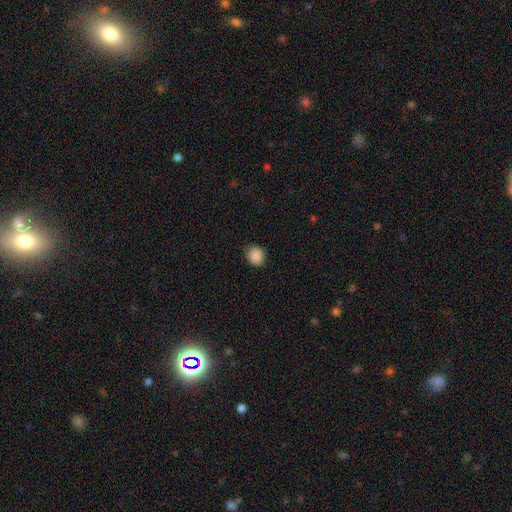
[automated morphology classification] Smooth or featured? smooth (88%)
How rounded? round (78%)
Merging? none (85%)